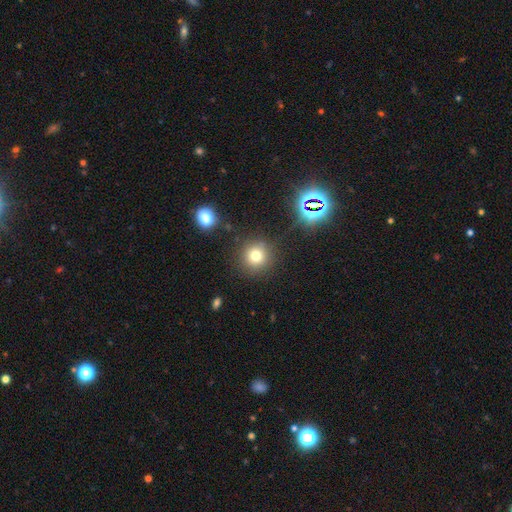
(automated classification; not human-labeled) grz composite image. It shows a smooth galaxy with no disk features (74%) that is round (94%). Merging: none (87%).